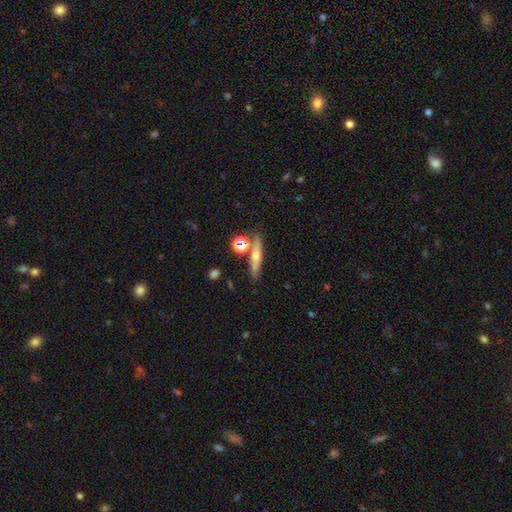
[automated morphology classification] featured or disk 45%, smooth 44%, star or artifact 11%. Down the decision tree: merging — none (76%).